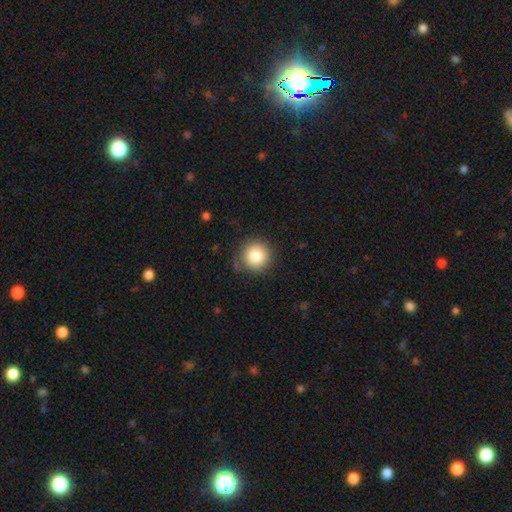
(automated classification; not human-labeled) smooth_or_featured: smooth (p=0.83) [alt: star or artifact p=0.10]
how_rounded: round (p=0.95) [alt: in between p=0.04]
merging: none (p=0.86) [alt: minor disturbance p=0.10]